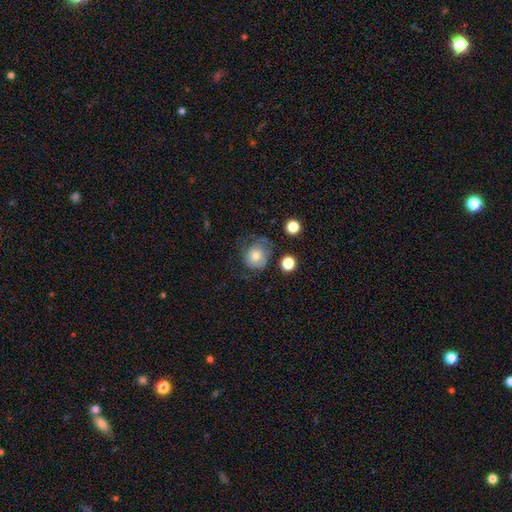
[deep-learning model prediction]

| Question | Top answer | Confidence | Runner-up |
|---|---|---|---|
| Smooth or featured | smooth | 66% | featured or disk (24%) |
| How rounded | round | 80% | in between (19%) |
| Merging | none | 48% | minor disturbance (28%) |